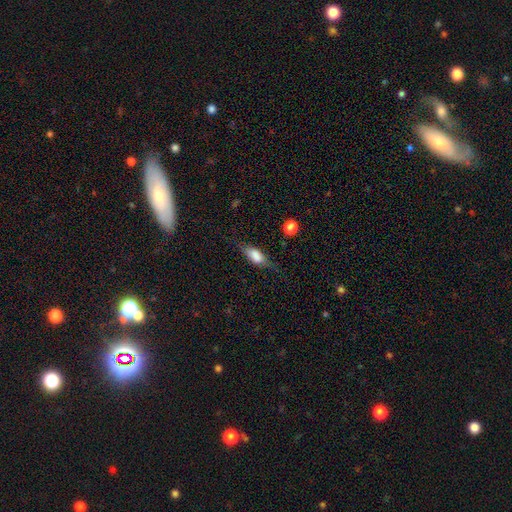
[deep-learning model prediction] smooth_or_featured: smooth (p=0.57) [alt: featured or disk p=0.34]
how_rounded: in between (p=0.66) [alt: cigar-shaped p=0.29]
merging: none (p=0.66) [alt: minor disturbance p=0.23]